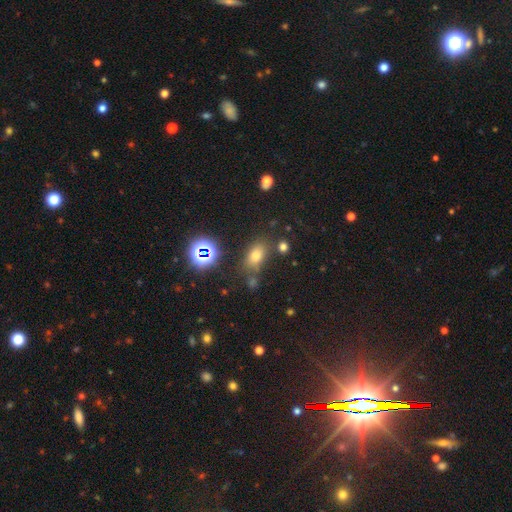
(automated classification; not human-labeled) Q: Smooth or featured?
A: smooth (68%); runner-up: star or artifact (22%)
Q: How rounded?
A: in between (78%); runner-up: round (18%)
Q: Merging?
A: none (71%); runner-up: minor disturbance (15%)